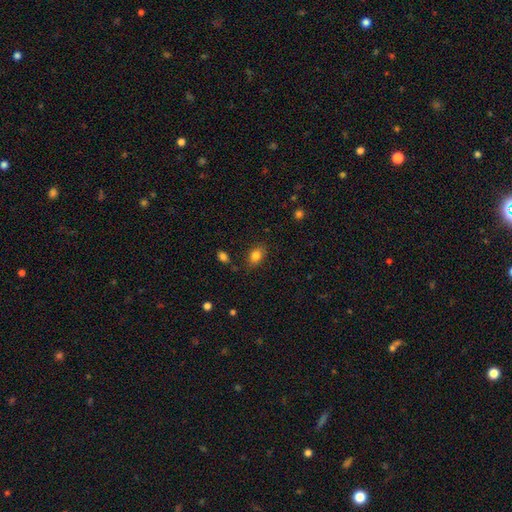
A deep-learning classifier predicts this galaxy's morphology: smooth 83%, star or artifact 10%, featured or disk 7%. Down the decision tree: how rounded — in between (77%); merging — none (81%).